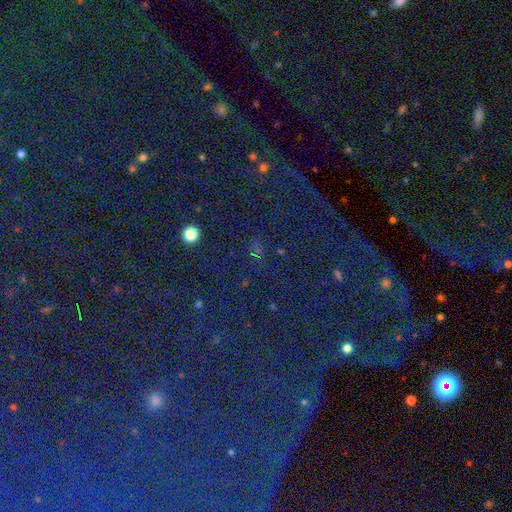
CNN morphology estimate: A star or artifact, not a galaxy (63%).